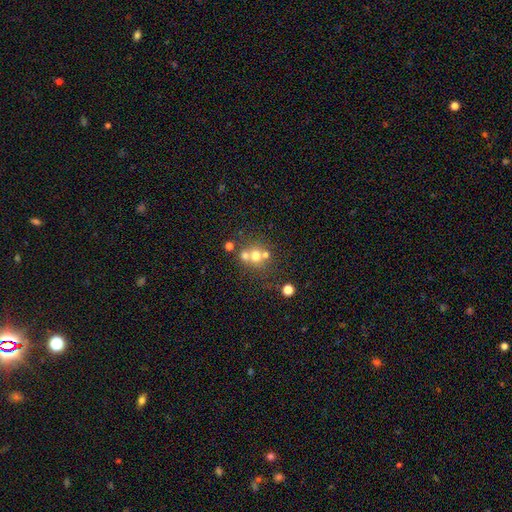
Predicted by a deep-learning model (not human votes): Smooth or featured?
  - smooth: 60% *
  - featured or disk: 21%
  - star or artifact: 19%
How rounded?
  - round: 84% *
  - in between: 15%
  - cigar-shaped: 1%
Merging?
  - none: 45% *
  - merger: 43%
  - minor disturbance: 7%
  - major disturbance: 5%